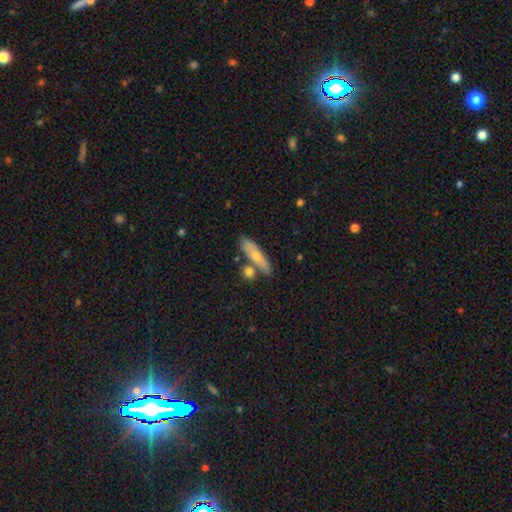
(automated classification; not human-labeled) smooth-or-featured: smooth: 58% | featured or disk: 35% | star or artifact: 7%
  how-rounded: cigar-shaped: 73% | in between: 24% | round: 3%
  merging: none: 70% | minor disturbance: 14% | merger: 13% | major disturbance: 3%